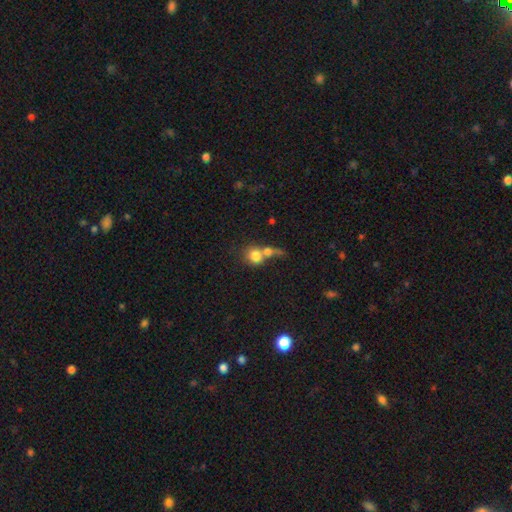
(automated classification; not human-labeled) Overall: smooth (76%). How rounded: round (75%). Merging: merger (63%).